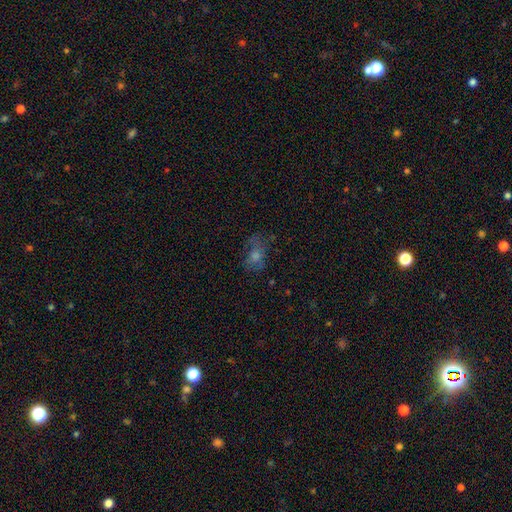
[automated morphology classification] This is marginally a smooth galaxy (42%). Merging: possibly none (57%).